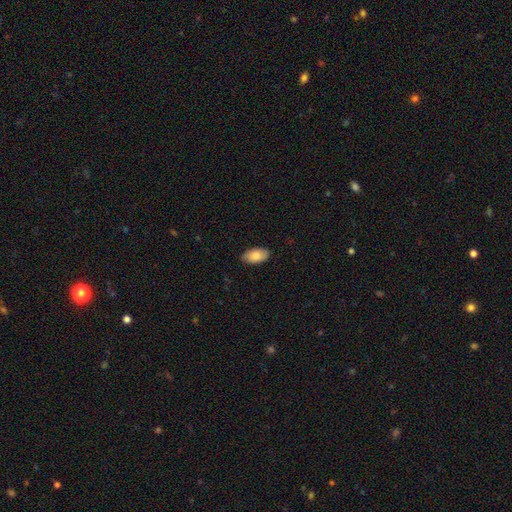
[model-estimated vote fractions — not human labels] Smooth or featured? smooth (85%)
How rounded? in between (95%)
Merging? none (86%)